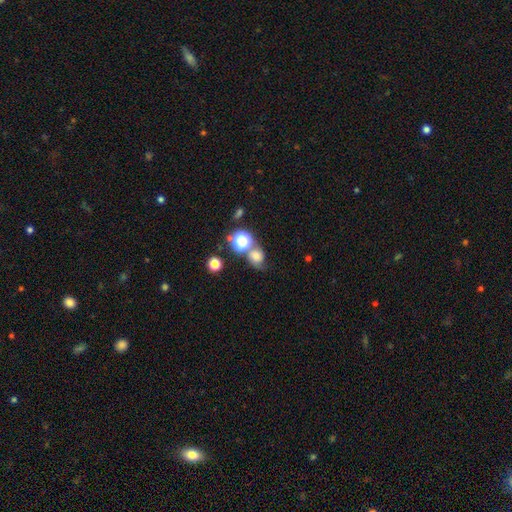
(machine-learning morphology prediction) Smooth or featured: smooth — 64% (star or artifact — 20%)
How rounded: round — 69% (in between — 29%)
Merging: none — 47% (merger — 26%)